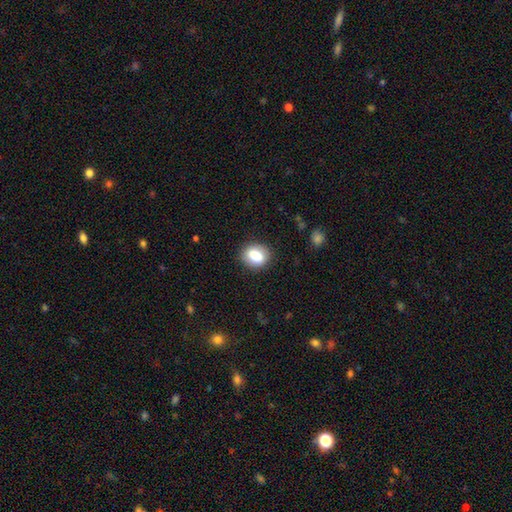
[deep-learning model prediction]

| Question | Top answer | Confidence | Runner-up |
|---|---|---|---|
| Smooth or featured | smooth | 82% | featured or disk (9%) |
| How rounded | in between | 53% | round (45%) |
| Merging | none | 85% | minor disturbance (11%) |